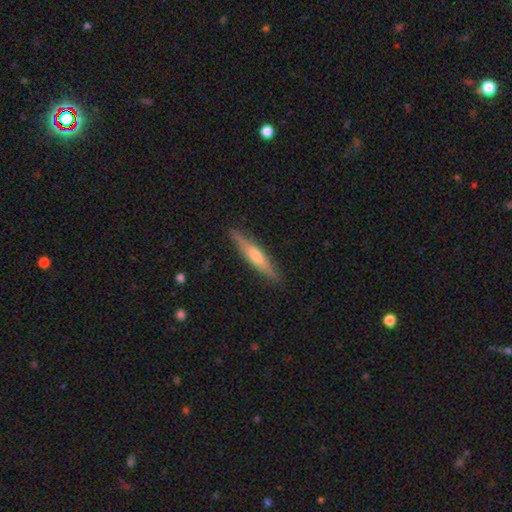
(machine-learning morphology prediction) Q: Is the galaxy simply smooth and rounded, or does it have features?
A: featured or disk — 55%.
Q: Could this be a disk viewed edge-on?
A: yes — 95%.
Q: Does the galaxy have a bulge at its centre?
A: rounded — 77%.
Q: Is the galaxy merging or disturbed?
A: none — 89%.